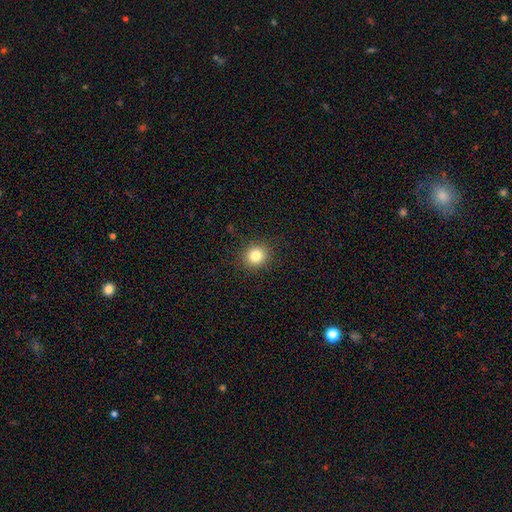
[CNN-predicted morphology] Q: Smooth or featured?
A: smooth (82%); runner-up: star or artifact (12%)
Q: How rounded?
A: round (87%); runner-up: in between (12%)
Q: Merging?
A: none (90%); runner-up: minor disturbance (7%)